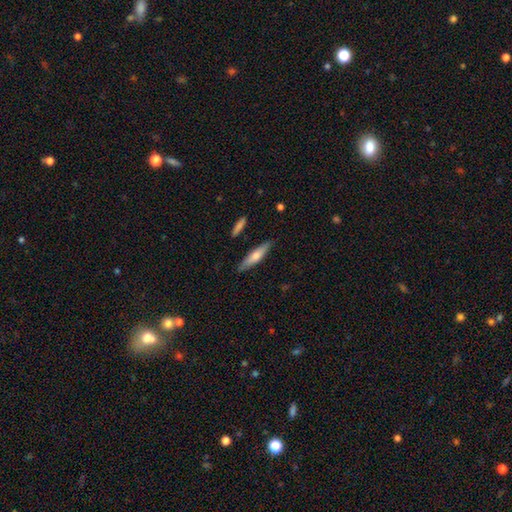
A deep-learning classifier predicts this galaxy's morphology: Smooth or featured? smooth (56%)
How rounded? cigar-shaped (79%)
Merging? none (85%)